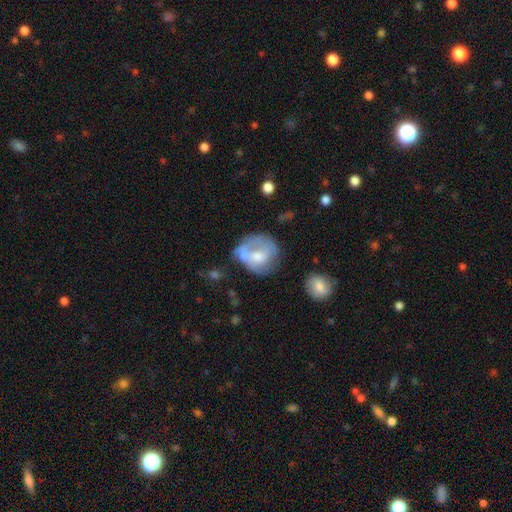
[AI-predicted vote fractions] Q: Smooth or featured?
A: smooth (48%); runner-up: featured or disk (44%)
Q: Merging?
A: none (38%); runner-up: minor disturbance (28%)